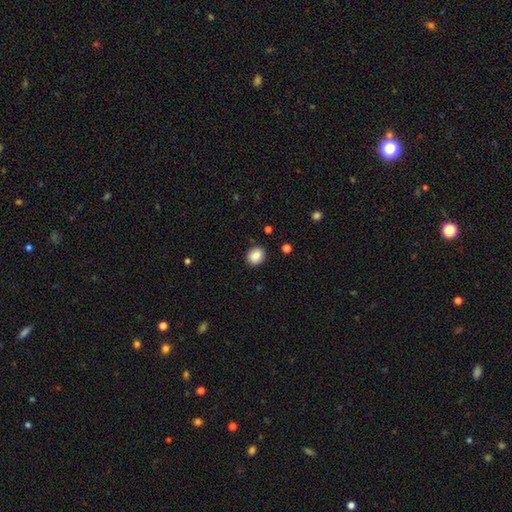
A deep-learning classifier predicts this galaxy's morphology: This appears to be a smooth galaxy with no disk features (86%) that is round (59%). Merging: none (89%).